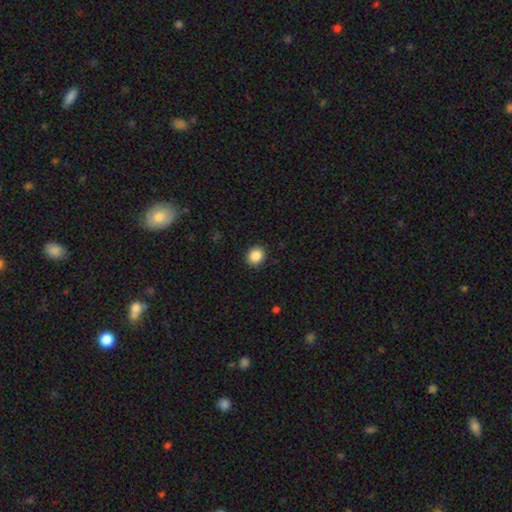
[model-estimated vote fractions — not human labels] smooth-or-featured: smooth: 87% | star or artifact: 9% | featured or disk: 4%
  how-rounded: round: 79% | in between: 20% | cigar-shaped: 1%
  merging: none: 92% | minor disturbance: 6% | major disturbance: 2% | merger: 1%